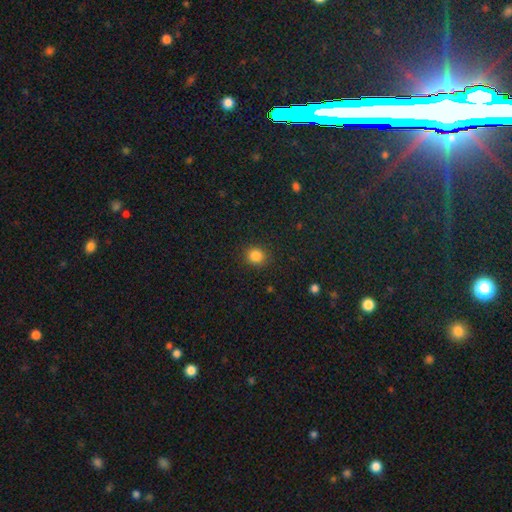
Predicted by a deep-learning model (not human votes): Smooth or featured? smooth (85%)
How rounded? round (84%)
Merging? none (90%)